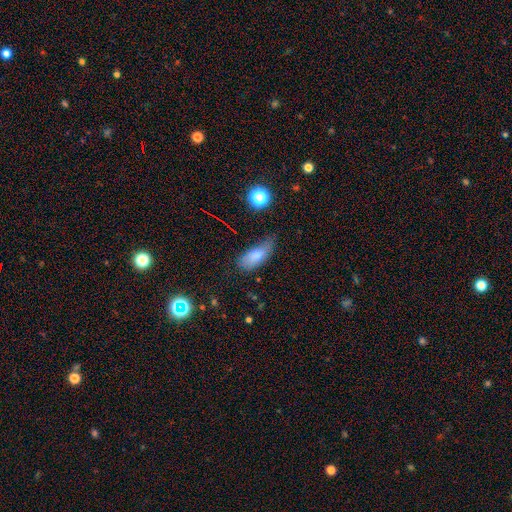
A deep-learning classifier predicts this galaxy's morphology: The model was most divided on "merging": none: 52%, minor disturbance: 35%, major disturbance: 11%, merger: 3%. More confident: how rounded — in between (82%); smooth or featured — smooth (77%).